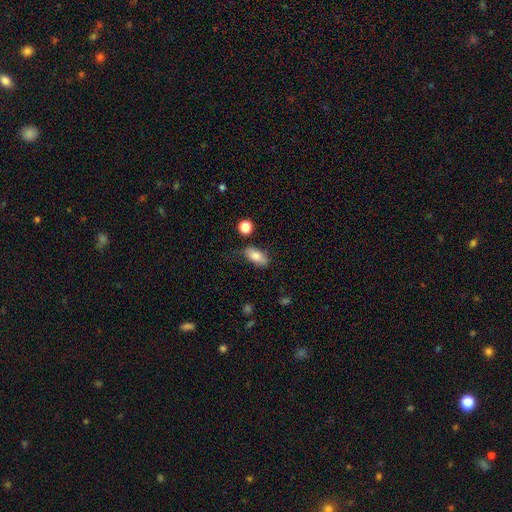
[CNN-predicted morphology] smooth-or-featured: smooth: 80% | featured or disk: 13% | star or artifact: 8%
  how-rounded: in between: 88% | cigar-shaped: 7% | round: 5%
  merging: none: 73% | minor disturbance: 19% | major disturbance: 5% | merger: 4%